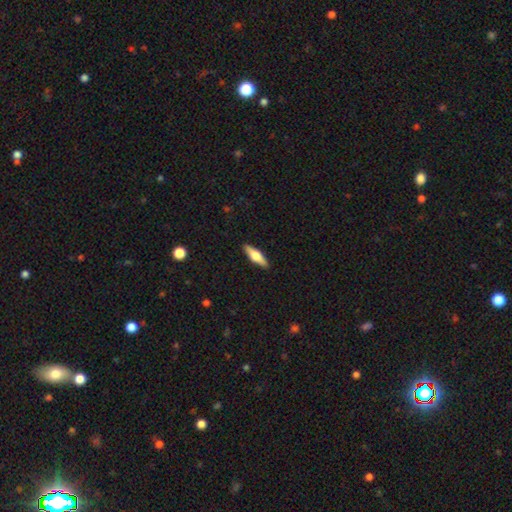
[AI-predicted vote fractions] A featured or disk galaxy (52%) viewed edge-on (94%). Merging: none (90%).